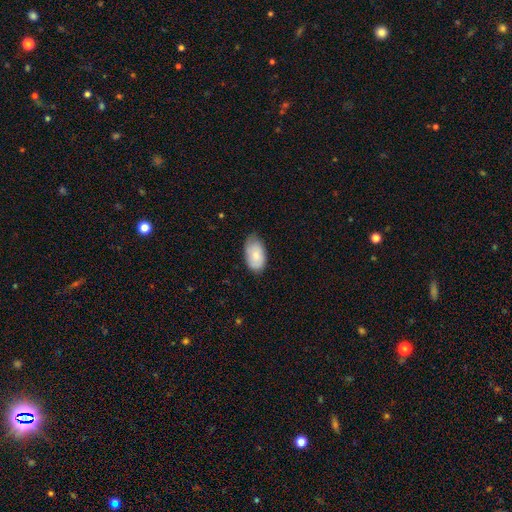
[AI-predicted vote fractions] A smooth galaxy with no disk features (78%) that is in between round and cigar-shaped (94%). Merging: none (64%).